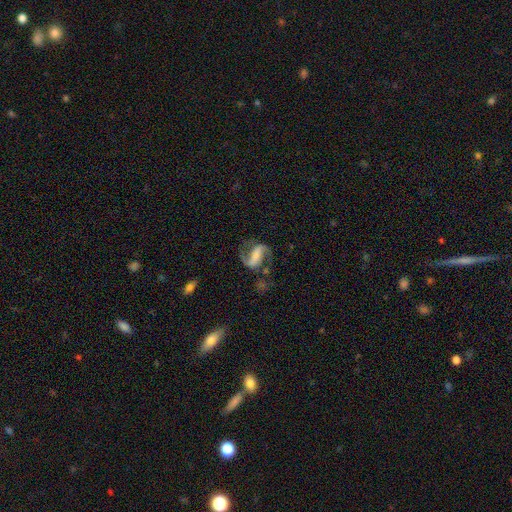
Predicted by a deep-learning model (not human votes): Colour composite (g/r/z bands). It shows a featured or disk galaxy (85%) with a strong bar (53%), 2 (92%) medium (46%) spiral arms (96%) and no central bulge (36%). Merging: none (67%).